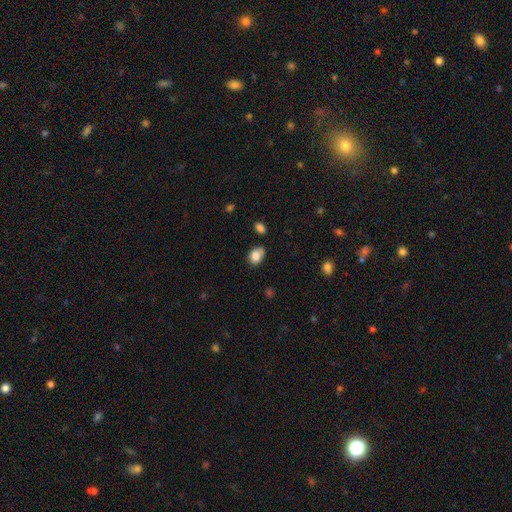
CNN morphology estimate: Smooth or featured?
  - smooth: 83% *
  - star or artifact: 10%
  - featured or disk: 7%
How rounded?
  - in between: 66% *
  - round: 33%
  - cigar-shaped: 1%
Merging?
  - none: 53% *
  - minor disturbance: 30%
  - merger: 10%
  - major disturbance: 8%